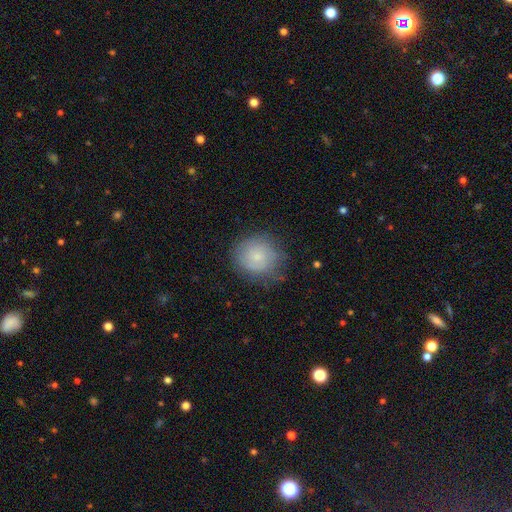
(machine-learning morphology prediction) smooth_or_featured: smooth (p=0.67) [alt: featured or disk p=0.25]
how_rounded: round (p=0.84) [alt: in between p=0.15]
merging: none (p=0.72) [alt: minor disturbance p=0.20]